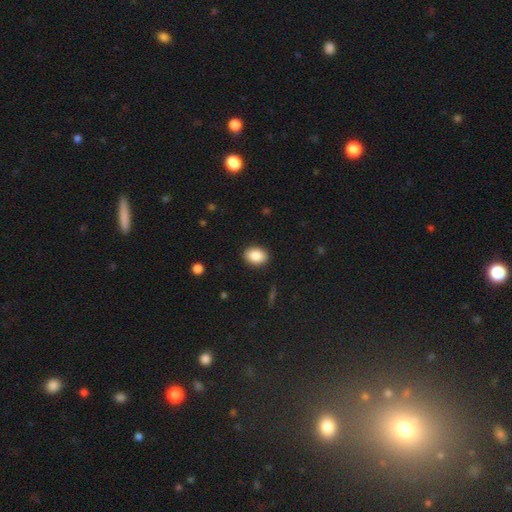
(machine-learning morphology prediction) smooth_or_featured: smooth (p=0.88) [alt: star or artifact p=0.07]
how_rounded: in between (p=0.75) [alt: round p=0.24]
merging: none (p=0.89) [alt: minor disturbance p=0.08]